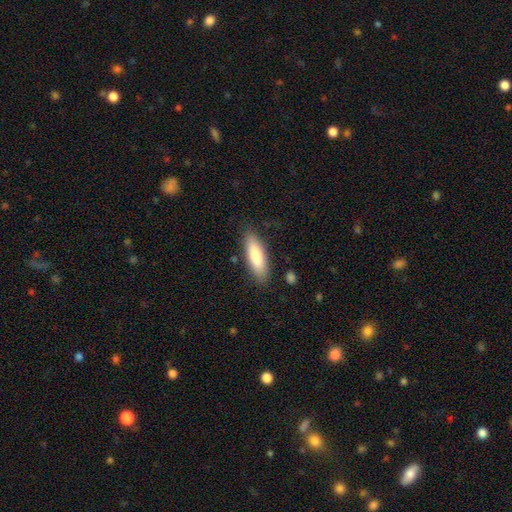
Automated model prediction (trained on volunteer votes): This is clearly a smooth galaxy (82%). How rounded: possibly in between (55%). Merging: clearly none (84%).